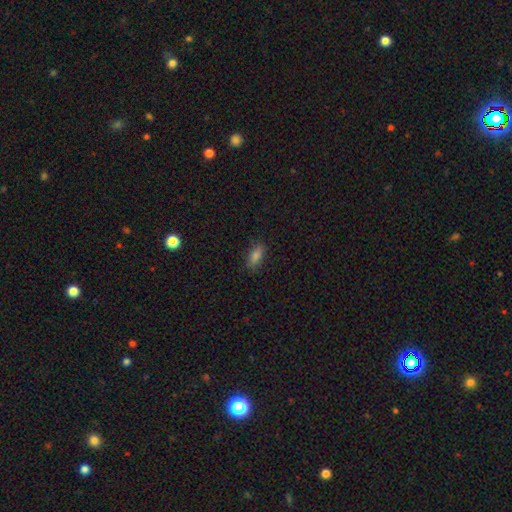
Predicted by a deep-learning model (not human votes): smooth-or-featured: smooth: 79% | star or artifact: 11% | featured or disk: 11%
  how-rounded: in between: 81% | cigar-shaped: 15% | round: 5%
  merging: none: 85% | minor disturbance: 11% | major disturbance: 2% | merger: 1%